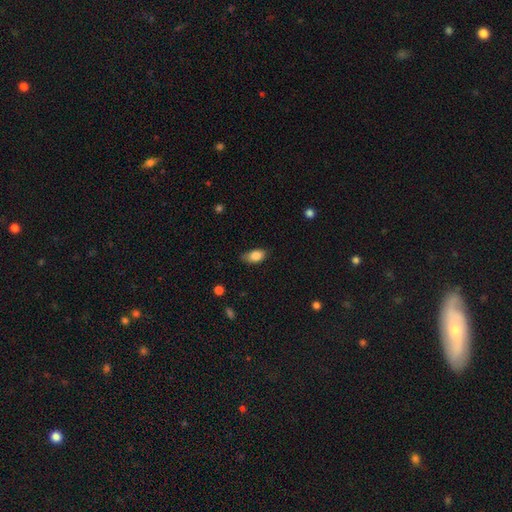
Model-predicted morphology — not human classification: smooth_or_featured: smooth (p=0.84) [alt: featured or disk p=0.09]
how_rounded: in between (p=0.89) [alt: round p=0.06]
merging: none (p=0.69) [alt: minor disturbance p=0.26]